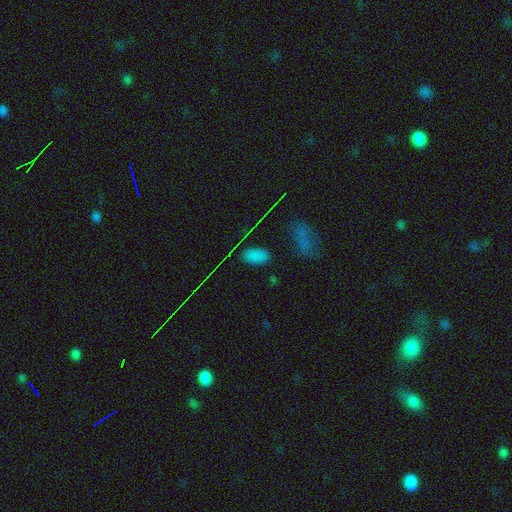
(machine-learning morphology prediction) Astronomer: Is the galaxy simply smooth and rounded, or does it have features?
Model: smooth — 71%.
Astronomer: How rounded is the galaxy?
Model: in between — 93%.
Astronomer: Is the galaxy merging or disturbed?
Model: none — 83%.